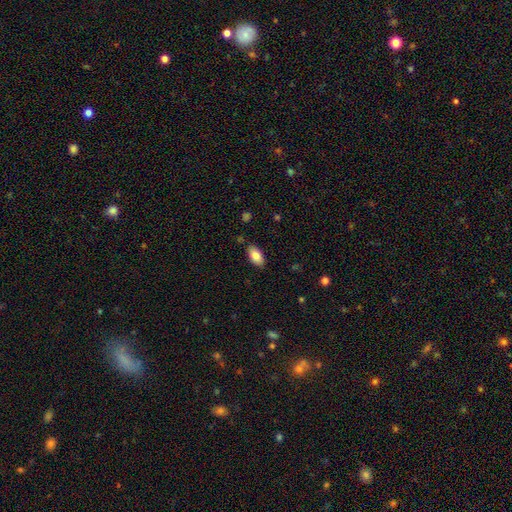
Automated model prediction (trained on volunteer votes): Morphology: type=smooth (83%); roundness=in between (93%); merging=none (85%).